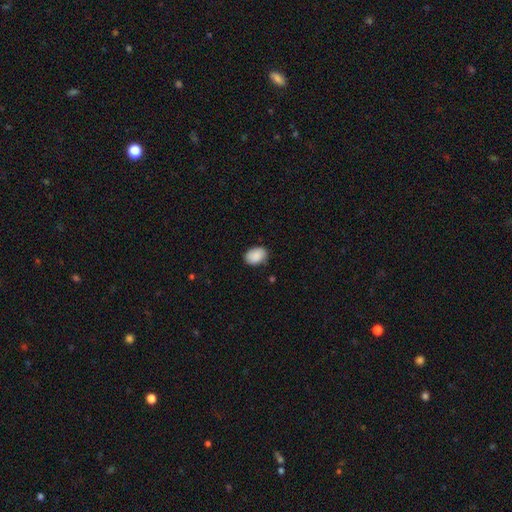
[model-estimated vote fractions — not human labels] smooth_or_featured: smooth (p=0.89) [alt: star or artifact p=0.07]
how_rounded: in between (p=0.76) [alt: round p=0.23]
merging: none (p=0.78) [alt: minor disturbance p=0.18]